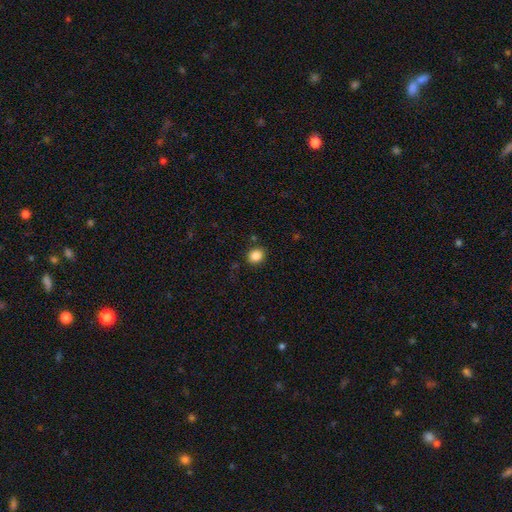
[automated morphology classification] Smooth or featured? Predicted: smooth (p=0.87). How rounded? Predicted: round (p=0.68). Merging? Predicted: none (p=0.86).